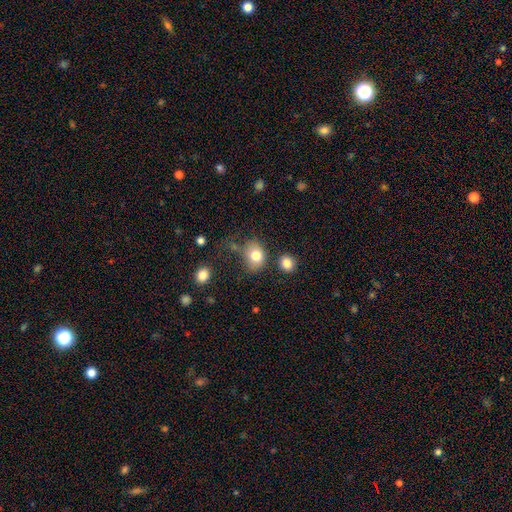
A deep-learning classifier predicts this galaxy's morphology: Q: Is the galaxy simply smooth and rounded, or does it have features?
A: smooth — 80%.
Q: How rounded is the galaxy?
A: in between — 55%.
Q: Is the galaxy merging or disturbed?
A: none — 58%.